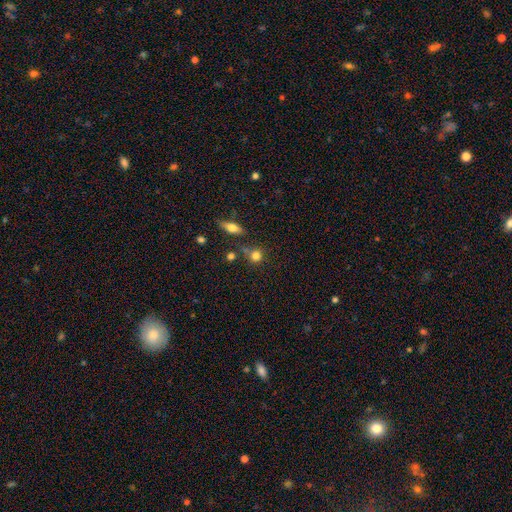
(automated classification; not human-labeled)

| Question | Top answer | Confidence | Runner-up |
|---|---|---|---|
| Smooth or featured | smooth | 79% | star or artifact (12%) |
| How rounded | round | 85% | in between (13%) |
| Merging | none | 67% | merger (17%) |